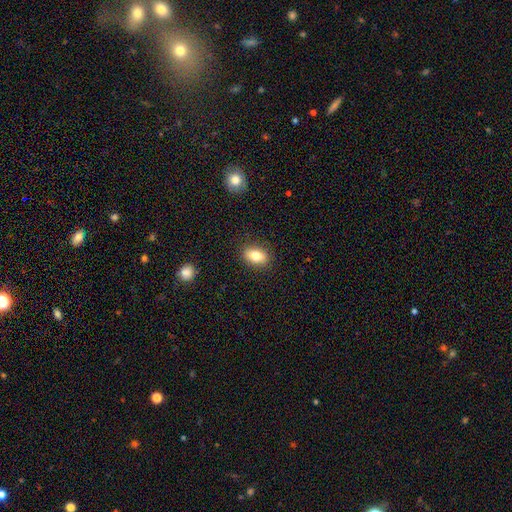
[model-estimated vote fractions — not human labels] A smooth galaxy with no disk features (80%) that is in between round and cigar-shaped (83%).

Vote fractions:
- Smooth or featured? smooth: 80% / featured or disk: 12% / star or artifact: 8%
- How rounded? in between: 83% / round: 14% / cigar-shaped: 3%
- Merging? none: 86% / minor disturbance: 10% / major disturbance: 3% / merger: 1%